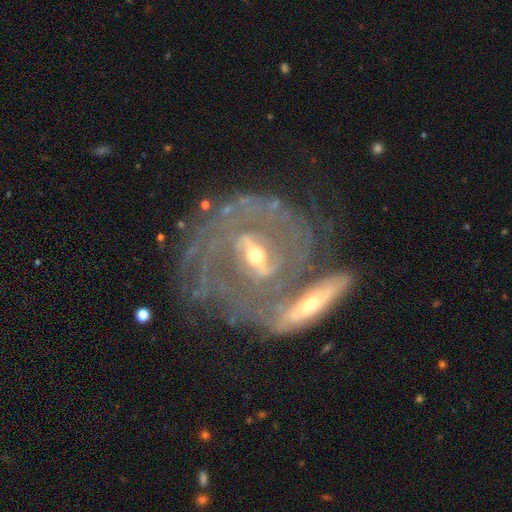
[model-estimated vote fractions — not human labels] smooth_or_featured: featured or disk (p=0.88) [alt: smooth p=0.06]
disk_edge_on: no (p=0.93) [alt: yes p=0.07]
bar: strong (p=0.53) [alt: weak p=0.33]
has_spiral_arms: yes (p=0.89) [alt: no p=0.11]
spiral_winding: tight (p=0.58) [alt: medium p=0.31]
spiral_arm_count: 2 (p=0.40) [alt: can't tell p=0.30]
bulge_size: small (p=0.56) [alt: moderate p=0.39]
merging: merger (p=0.46) [alt: none p=0.32]